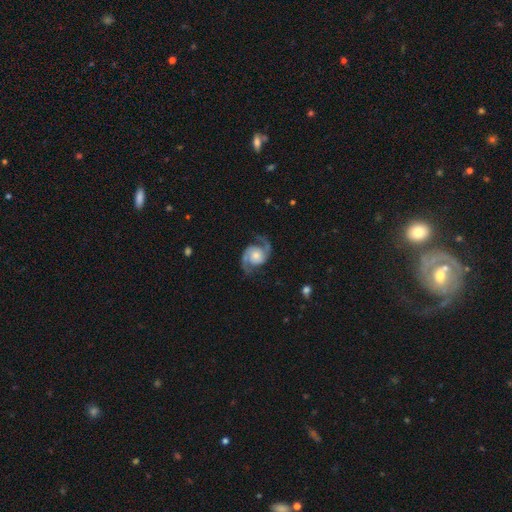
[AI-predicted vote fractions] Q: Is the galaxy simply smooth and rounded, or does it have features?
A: featured or disk — 90%.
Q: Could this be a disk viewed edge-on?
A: no — 98%.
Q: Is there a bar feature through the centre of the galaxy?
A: no — 70%.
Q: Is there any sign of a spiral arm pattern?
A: yes — 98%.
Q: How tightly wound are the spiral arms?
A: medium — 55%.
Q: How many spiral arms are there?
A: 2 — 94%.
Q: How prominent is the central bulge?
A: moderate — 48%.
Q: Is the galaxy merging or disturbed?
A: none — 77%.